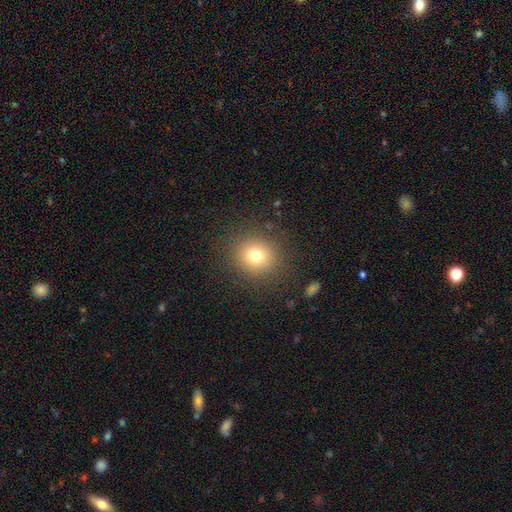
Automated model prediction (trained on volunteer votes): Smooth or featured? smooth (75%)
How rounded? round (87%)
Merging? none (88%)